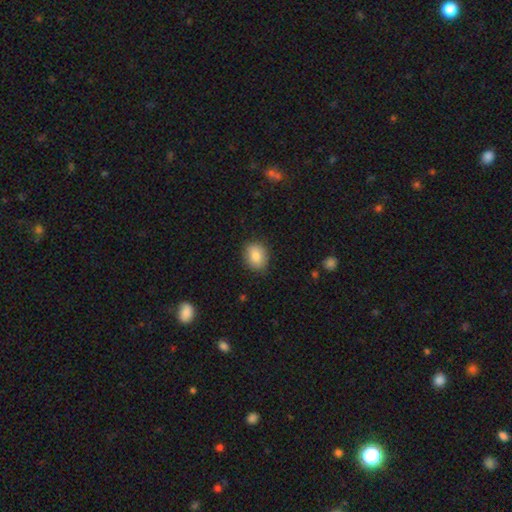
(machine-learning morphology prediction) Q: Smooth or featured?
A: smooth (84%); runner-up: star or artifact (8%)
Q: How rounded?
A: round (51%); runner-up: in between (48%)
Q: Merging?
A: none (86%); runner-up: minor disturbance (11%)